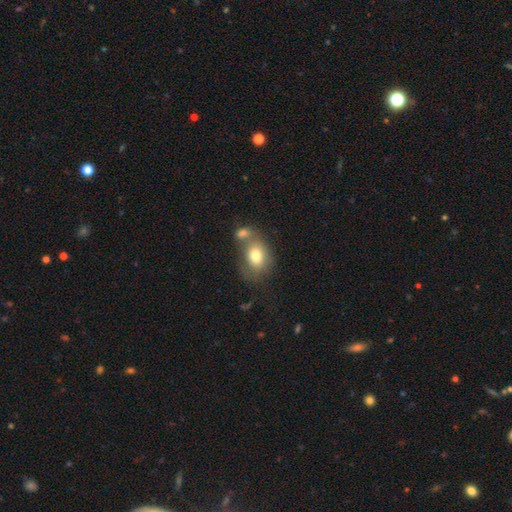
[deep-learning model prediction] Smooth or featured?
  - smooth: 76% *
  - featured or disk: 15%
  - star or artifact: 9%
How rounded?
  - in between: 63% *
  - round: 36%
  - cigar-shaped: 1%
Merging?
  - none: 40% *
  - merger: 38%
  - minor disturbance: 15%
  - major disturbance: 7%